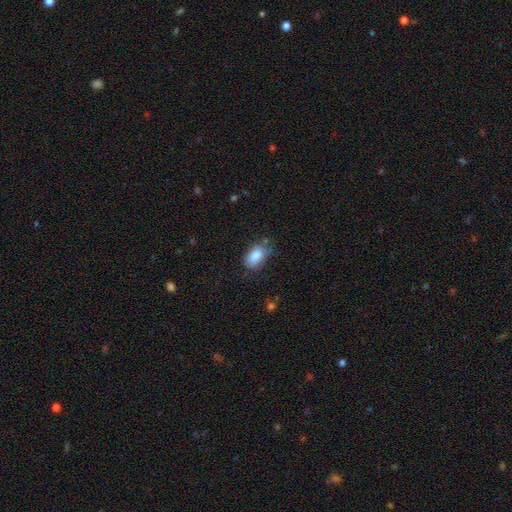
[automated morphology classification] This is clearly a smooth galaxy (83%). How rounded: clearly in between (88%). Merging: likely none (64%).